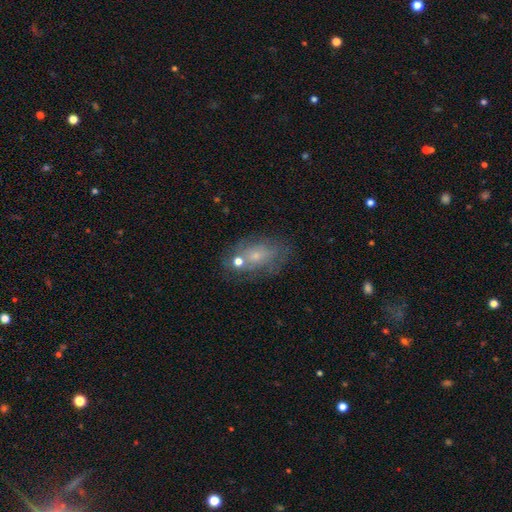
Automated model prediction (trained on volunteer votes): This appears to be a smooth galaxy with no disk features (48%). Merging: none (58%).